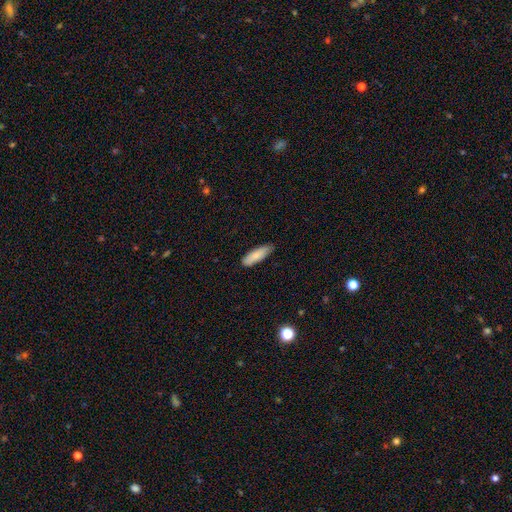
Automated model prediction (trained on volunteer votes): smooth-or-featured: smooth: 83% | featured or disk: 11% | star or artifact: 6%
  how-rounded: cigar-shaped: 50% | in between: 49% | round: 2%
  merging: none: 80% | minor disturbance: 17% | major disturbance: 2% | merger: 1%